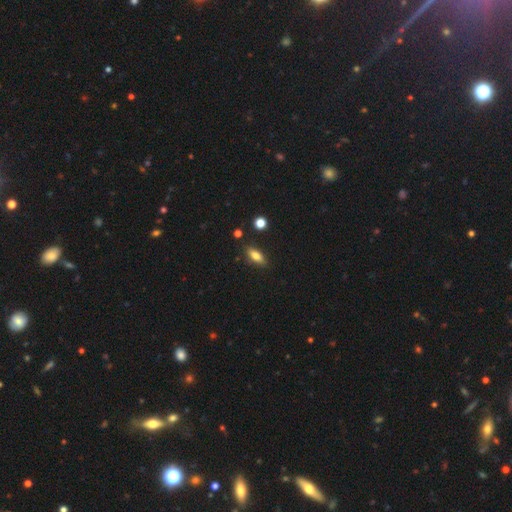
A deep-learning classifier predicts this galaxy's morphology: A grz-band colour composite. It shows a smooth galaxy with no disk features (76%) that is in between round and cigar-shaped (72%). Merging: none (84%).